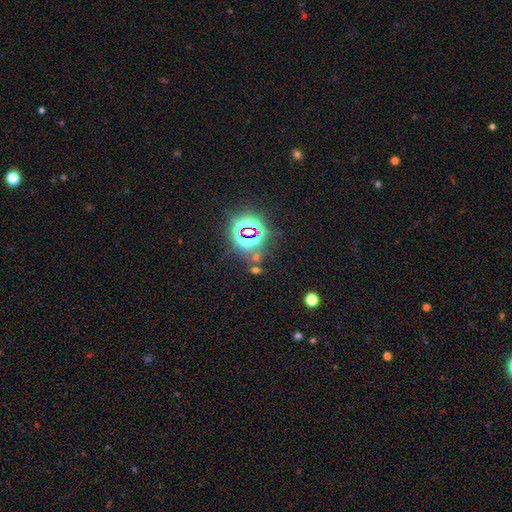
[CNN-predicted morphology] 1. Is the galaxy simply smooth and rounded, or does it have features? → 78% star or artifact, 14% smooth, 8% featured or disk.